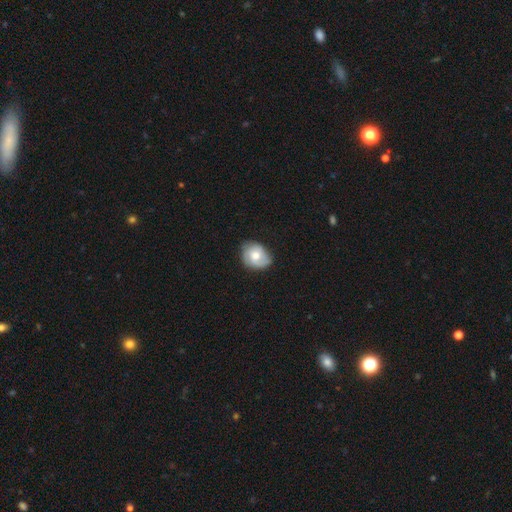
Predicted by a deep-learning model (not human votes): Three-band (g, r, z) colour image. It shows a smooth galaxy with no disk features (54%) that is round (56%). Merging: none (62%).